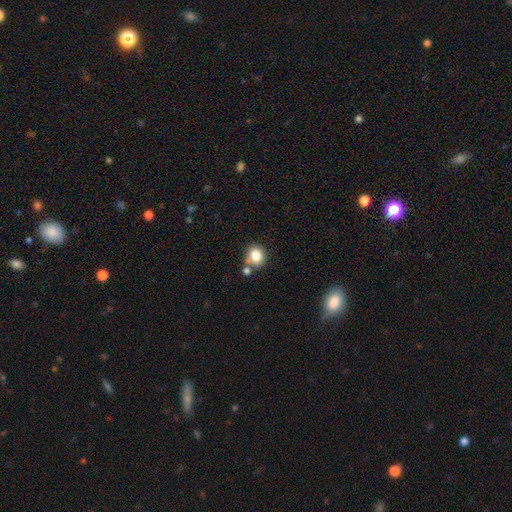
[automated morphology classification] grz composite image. It shows a smooth galaxy with no disk features (83%) that is round (77%). Merging: none (63%).